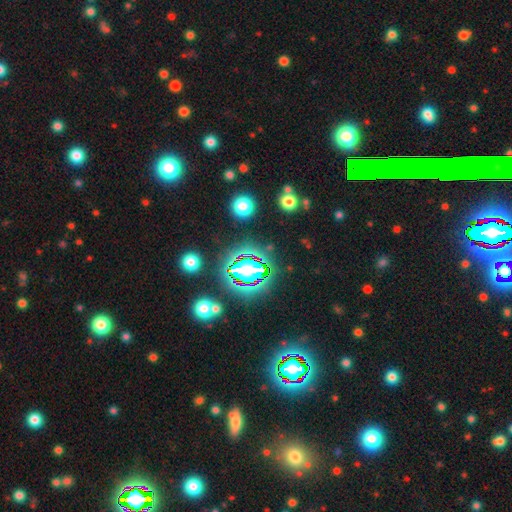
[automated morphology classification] type=star or artifact (78%).